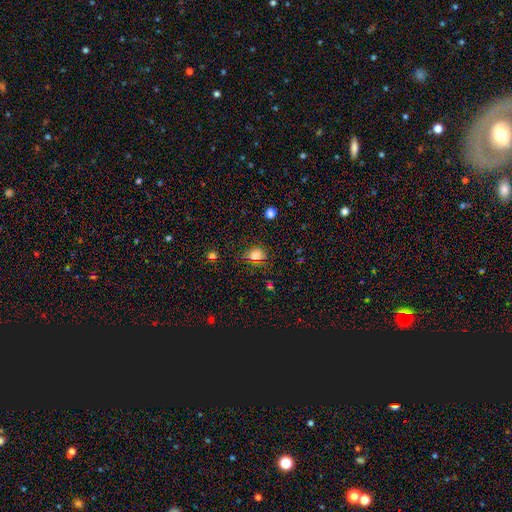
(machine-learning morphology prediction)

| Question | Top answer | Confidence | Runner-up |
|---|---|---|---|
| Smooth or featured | smooth | 76% | star or artifact (17%) |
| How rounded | round | 61% | in between (38%) |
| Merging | none | 76% | minor disturbance (17%) |